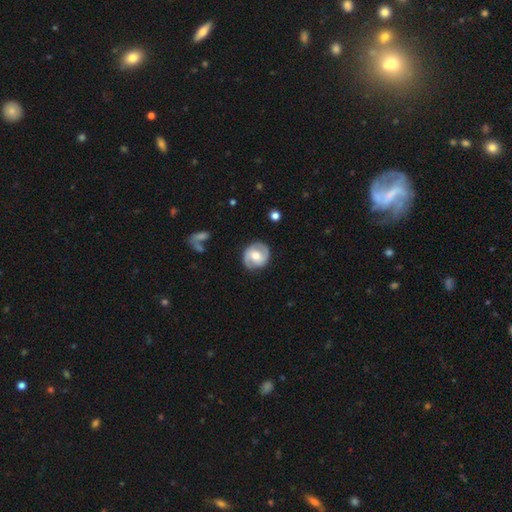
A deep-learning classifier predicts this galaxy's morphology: Smooth or featured?
  - featured or disk: 71% *
  - smooth: 23%
  - star or artifact: 6%
Edge-on disk?
  - no: 98% *
  - yes: 2%
Bar?
  - no: 43% *
  - weak: 41%
  - strong: 16%
Spiral arms?
  - yes: 88% *
  - no: 12%
Spiral winding?
  - medium: 44% *
  - tight: 39%
  - loose: 17%
Spiral arm count?
  - 2: 88% *
  - can't tell: 6%
  - 1: 2%
  - 3: 2%
  - 4: 1%
  - more than 4: 1%
Bulge size?
  - moderate: 72% *
  - small: 18%
  - large: 8%
  - none: 1%
  - dominant: 1%
Merging?
  - none: 83% *
  - minor disturbance: 12%
  - major disturbance: 4%
  - merger: 1%